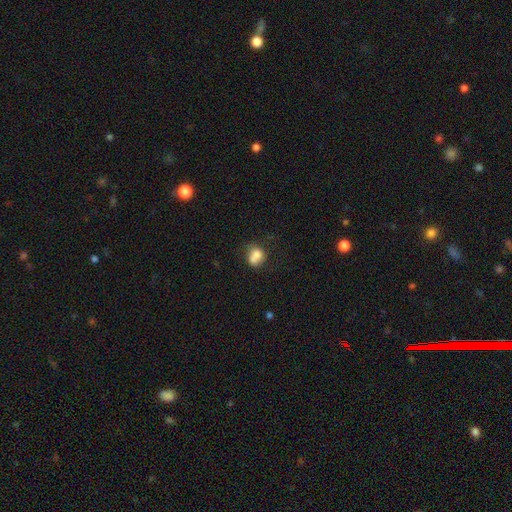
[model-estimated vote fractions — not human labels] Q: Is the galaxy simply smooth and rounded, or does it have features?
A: smooth — 74%.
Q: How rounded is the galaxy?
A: round — 60%.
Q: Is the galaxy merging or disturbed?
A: merger — 47%.